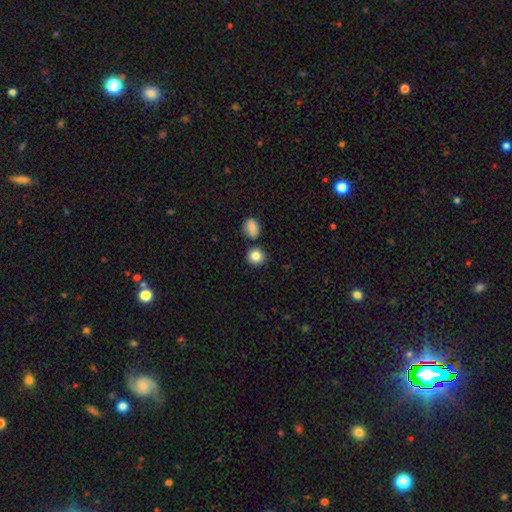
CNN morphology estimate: Overall: smooth (85%). How rounded: round (89%). Merging: none (79%).